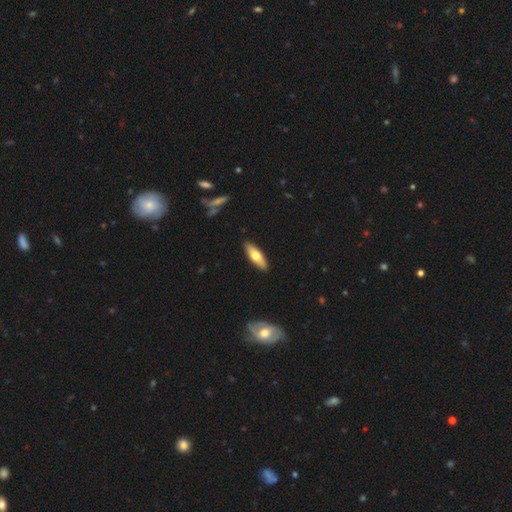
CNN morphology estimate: type=smooth (60%); roundness=in between (53%); merging=none (89%).